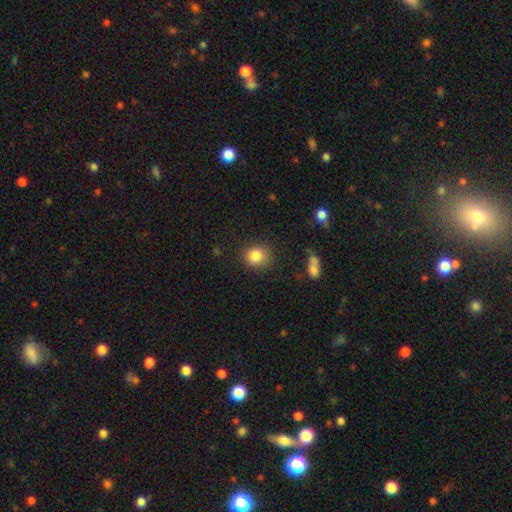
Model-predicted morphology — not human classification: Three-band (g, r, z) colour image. It shows a smooth galaxy with no disk features (84%) that is round (82%). Merging: none (83%).